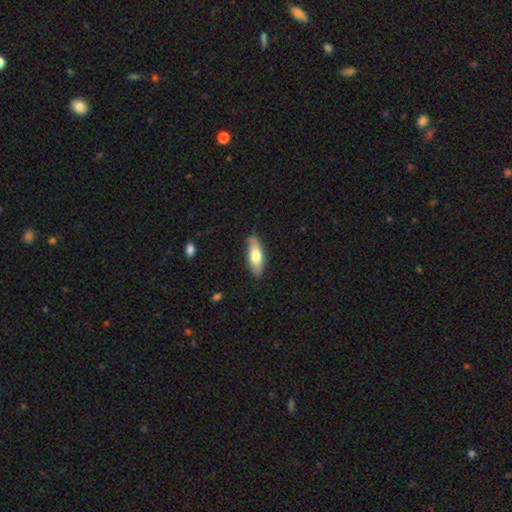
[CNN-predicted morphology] A smooth galaxy with no disk features (67%) that is in between round and cigar-shaped (66%).

Vote fractions:
- Smooth or featured? smooth: 67% / featured or disk: 28% / star or artifact: 6%
- How rounded? in between: 66% / cigar-shaped: 32% / round: 2%
- Merging? none: 79% / minor disturbance: 17% / major disturbance: 3% / merger: 1%